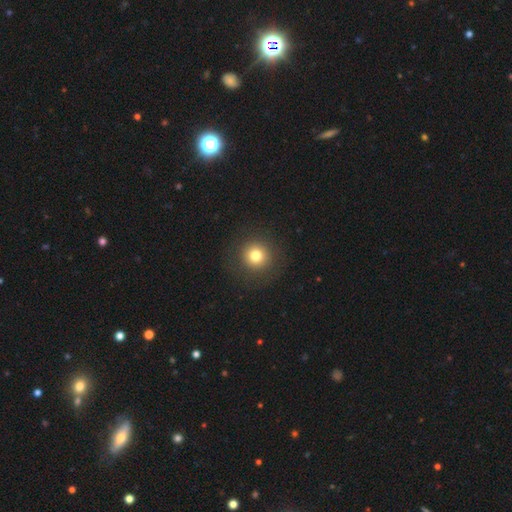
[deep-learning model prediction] Q: Smooth or featured?
A: smooth (78%); runner-up: star or artifact (13%)
Q: How rounded?
A: round (95%); runner-up: in between (4%)
Q: Merging?
A: none (89%); runner-up: minor disturbance (6%)